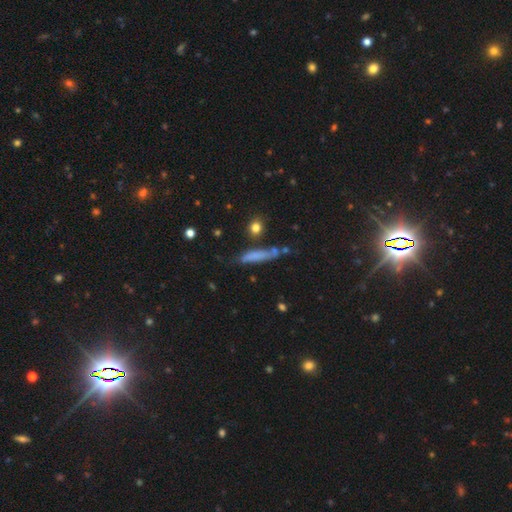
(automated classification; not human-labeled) Overall: smooth (70%). How rounded: cigar-shaped (83%). Merging: none (65%).